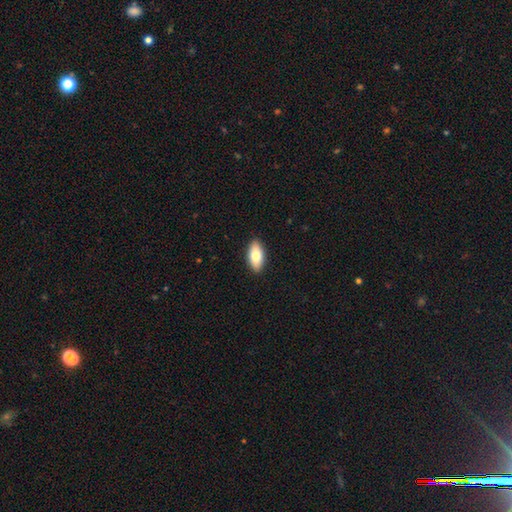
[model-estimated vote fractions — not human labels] A smooth galaxy with no disk features (77%) that is in between round and cigar-shaped (88%).

Vote fractions:
- Smooth or featured? smooth: 77% / featured or disk: 17% / star or artifact: 6%
- How rounded? in between: 88% / cigar-shaped: 9% / round: 3%
- Merging? none: 90% / minor disturbance: 7% / major disturbance: 2% / merger: 1%